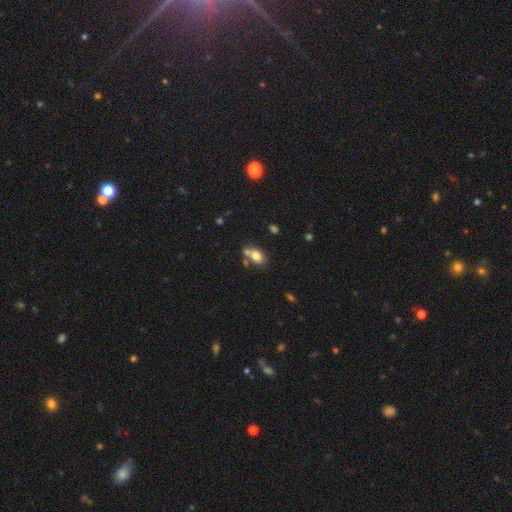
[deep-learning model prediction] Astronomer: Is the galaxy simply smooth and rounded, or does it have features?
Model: smooth — 76%.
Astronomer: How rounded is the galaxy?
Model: in between — 80%.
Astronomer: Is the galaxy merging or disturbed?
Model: none — 47% (runner-up: merger, 33%).